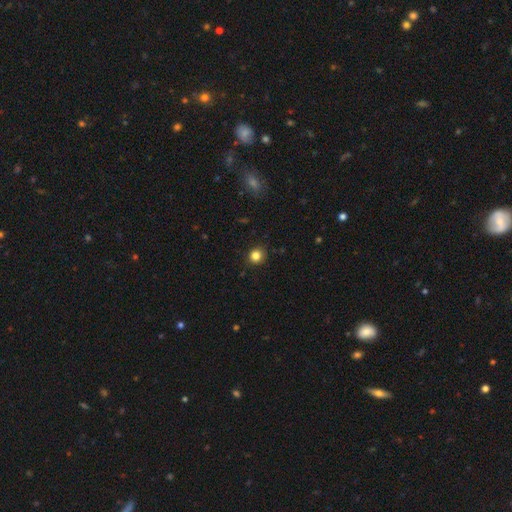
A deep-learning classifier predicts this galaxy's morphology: smooth-or-featured: smooth: 84% | star or artifact: 12% | featured or disk: 4%
  how-rounded: round: 90% | in between: 9% | cigar-shaped: 1%
  merging: none: 90% | minor disturbance: 7% | major disturbance: 2% | merger: 1%